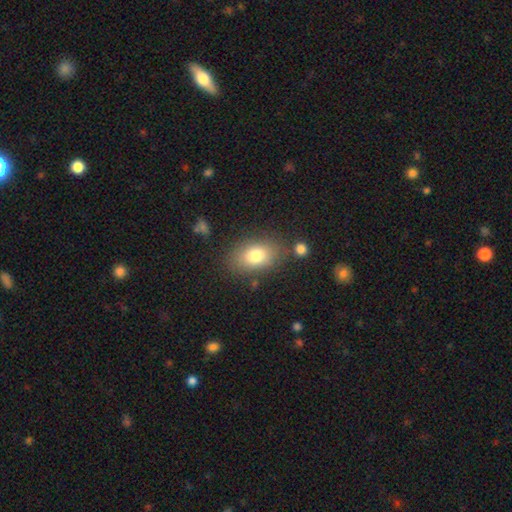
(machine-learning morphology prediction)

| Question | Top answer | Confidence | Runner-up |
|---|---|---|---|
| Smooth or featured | smooth | 79% | featured or disk (12%) |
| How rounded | in between | 83% | round (15%) |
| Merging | none | 77% | minor disturbance (13%) |